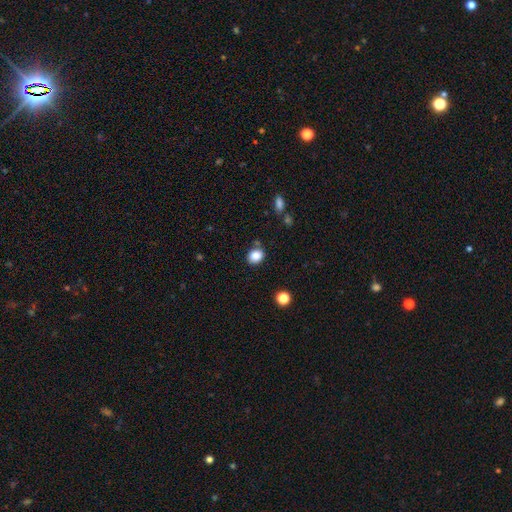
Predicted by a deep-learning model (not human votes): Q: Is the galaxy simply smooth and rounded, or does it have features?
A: smooth — 86%.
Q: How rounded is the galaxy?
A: round — 55%.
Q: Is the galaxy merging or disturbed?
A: none — 75%.